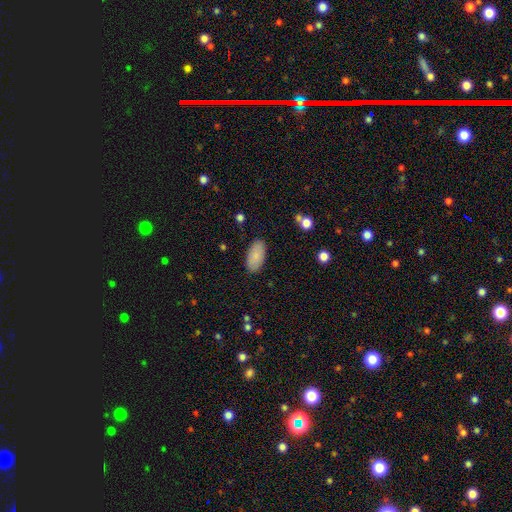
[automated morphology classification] A smooth galaxy with no disk features (85%) that is in between round and cigar-shaped (94%). Merging: none (87%).